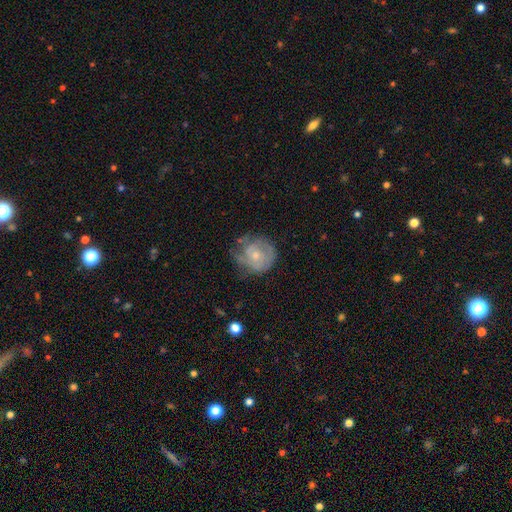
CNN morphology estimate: smooth_or_featured: featured or disk (p=0.59) [alt: smooth p=0.33]
disk_edge_on: no (p=0.98) [alt: yes p=0.02]
bar: no (p=0.79) [alt: weak p=0.18]
has_spiral_arms: yes (p=0.71) [alt: no p=0.29]
bulge_size: small (p=0.60) [alt: moderate p=0.34]
merging: none (p=0.53) [alt: minor disturbance p=0.28]